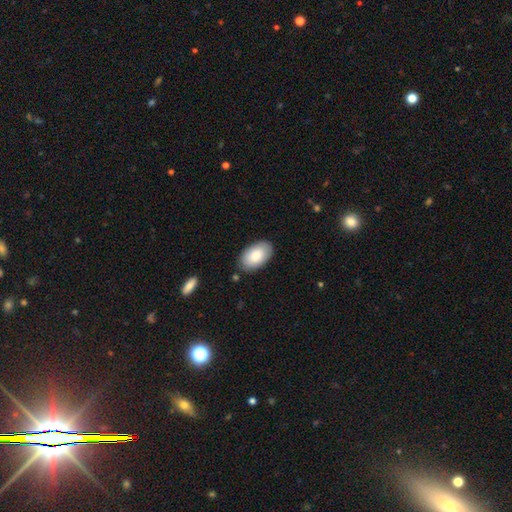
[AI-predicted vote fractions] Smooth or featured? smooth (84%)
How rounded? in between (95%)
Merging? none (84%)